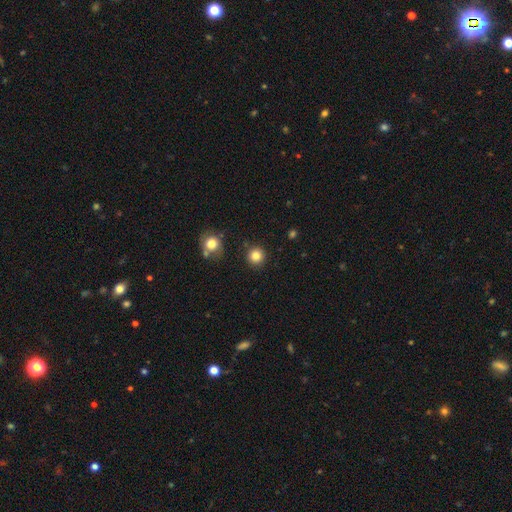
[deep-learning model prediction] Smooth or featured? Predicted: smooth (p=0.84). How rounded? Predicted: round (p=0.95). Merging? Predicted: none (p=0.89).